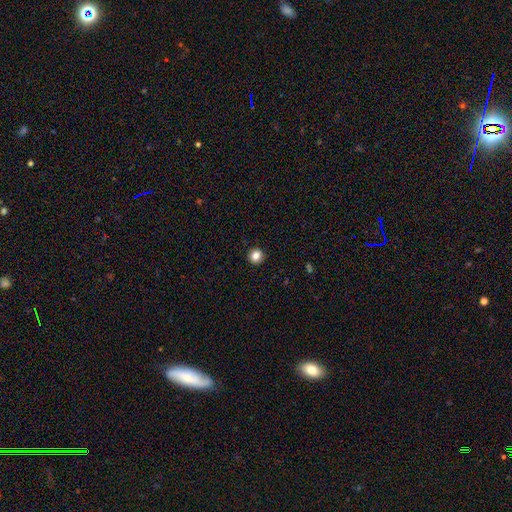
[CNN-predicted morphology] Smooth or featured? smooth (84%)
How rounded? round (90%)
Merging? none (92%)